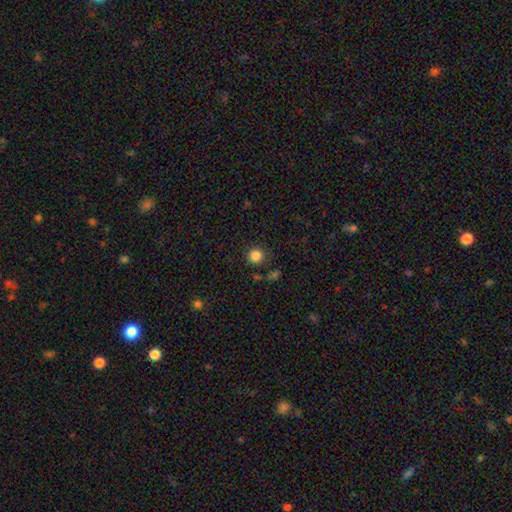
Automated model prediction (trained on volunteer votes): This is clearly a smooth galaxy (85%). How rounded: clearly round (93%). Merging: clearly none (86%).